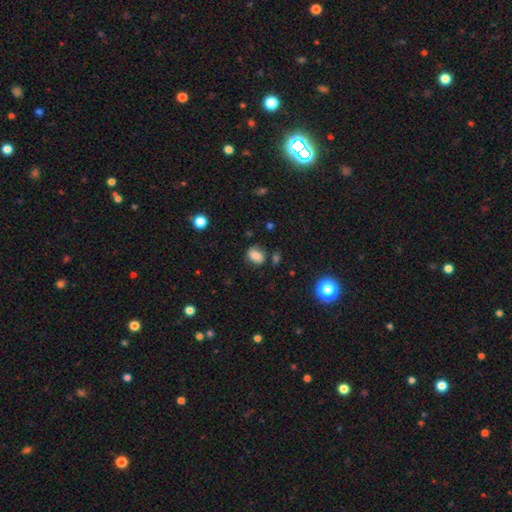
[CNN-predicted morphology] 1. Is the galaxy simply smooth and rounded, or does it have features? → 75% smooth, 13% featured or disk, 12% star or artifact.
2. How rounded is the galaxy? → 69% in between, 29% round, 2% cigar-shaped.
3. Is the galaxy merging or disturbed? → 72% none, 19% minor disturbance, 5% major disturbance, 5% merger.